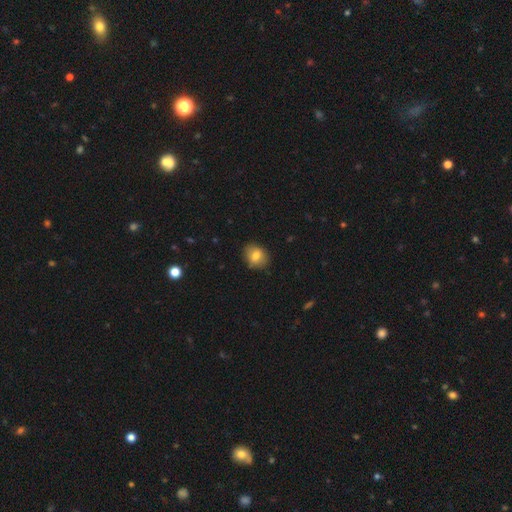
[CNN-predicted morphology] A smooth galaxy with no disk features (77%) that is round (59%). Merging: none (82%).